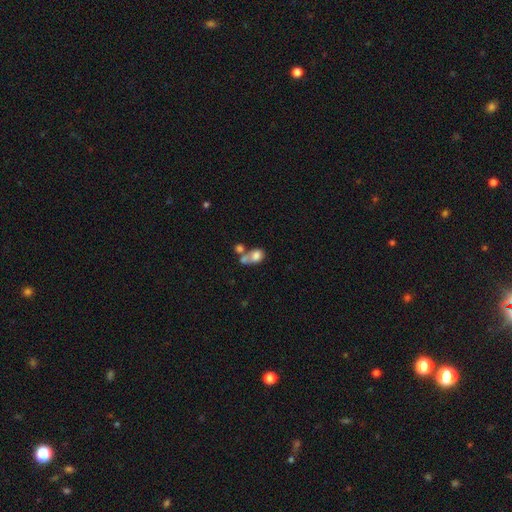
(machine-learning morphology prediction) type=smooth (71%); roundness=in between (67%); merging=merger (58%).